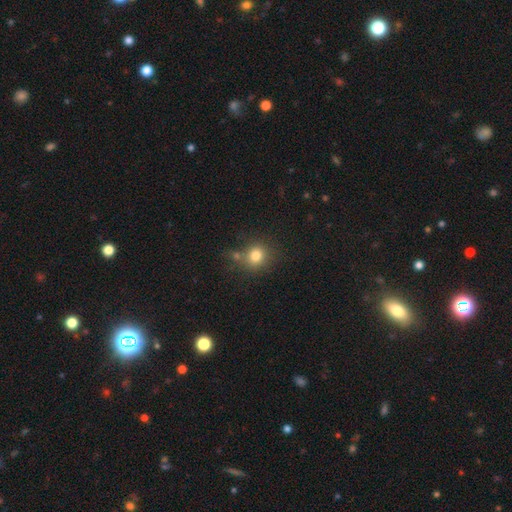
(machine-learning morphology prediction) This appears to be a smooth galaxy with no disk features (80%) that is round (82%). Merging: none (65%).